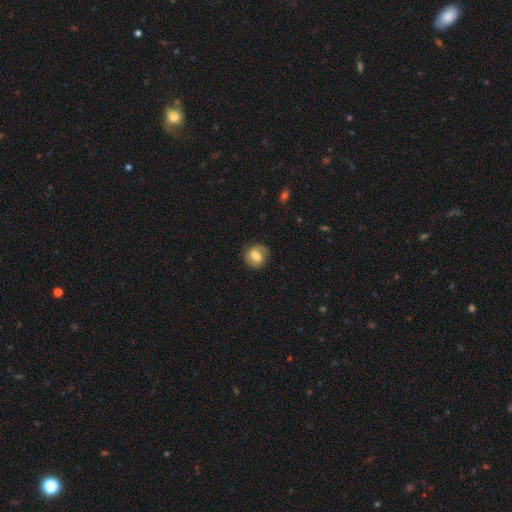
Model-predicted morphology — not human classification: A smooth galaxy with no disk features (59%) that is round (66%).

Vote fractions:
- Smooth or featured? smooth: 59% / featured or disk: 33% / star or artifact: 8%
- How rounded? round: 66% / in between: 32% / cigar-shaped: 1%
- Merging? none: 77% / minor disturbance: 16% / major disturbance: 6% / merger: 1%